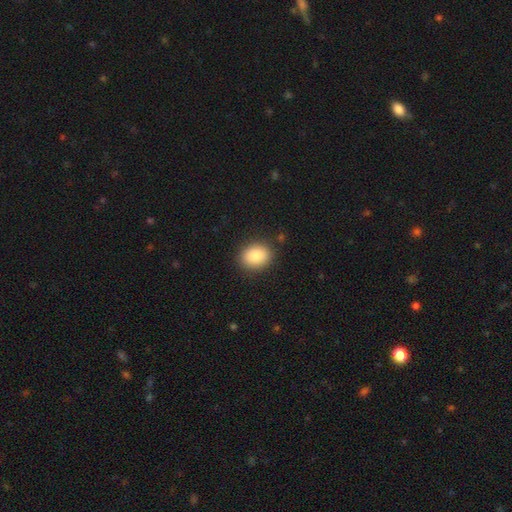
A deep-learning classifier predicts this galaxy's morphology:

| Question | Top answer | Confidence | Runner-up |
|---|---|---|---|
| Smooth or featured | smooth | 87% | star or artifact (8%) |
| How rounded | in between | 53% | round (46%) |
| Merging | none | 87% | minor disturbance (9%) |